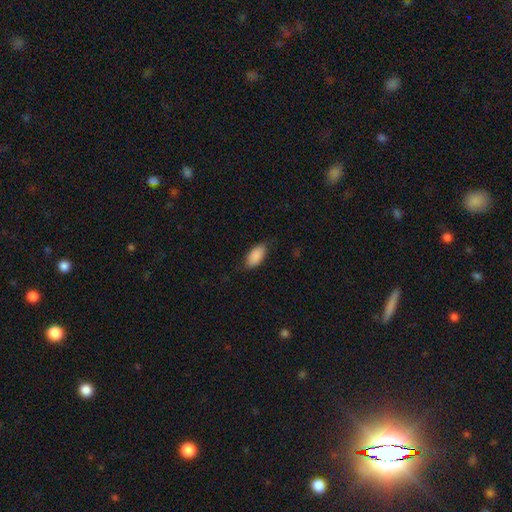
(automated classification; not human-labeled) This is clearly a smooth galaxy (90%). How rounded: clearly in between (93%). Merging: likely none (78%).